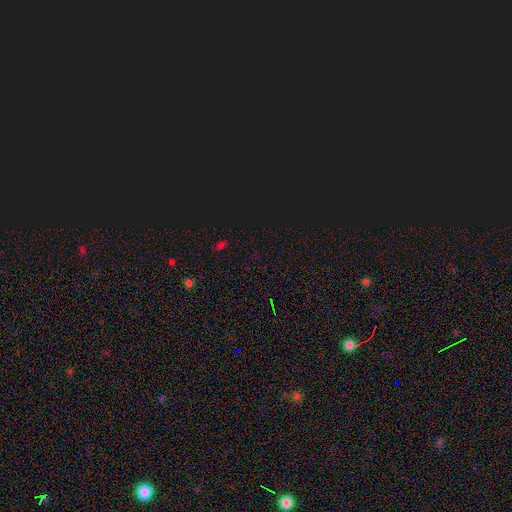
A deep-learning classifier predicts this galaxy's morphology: Overall: star or artifact (74%).